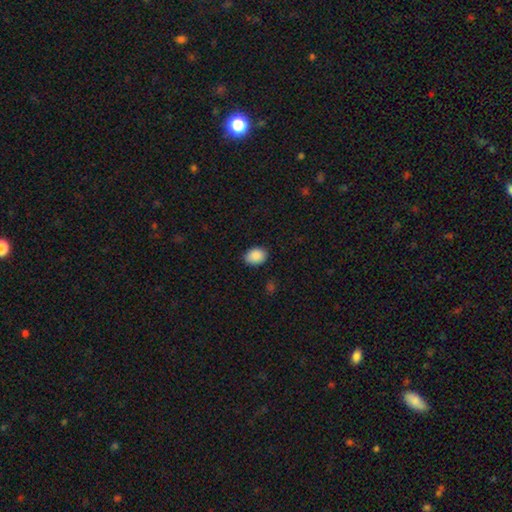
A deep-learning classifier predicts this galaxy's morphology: Overall: smooth (90%). How rounded: in between (72%). Merging: none (87%).